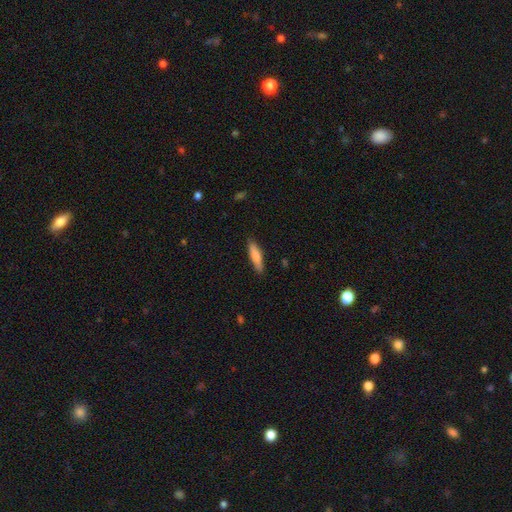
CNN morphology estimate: A smooth galaxy with no disk features (72%) that is cigar-shaped (77%).

Vote fractions:
- Smooth or featured? smooth: 72% / featured or disk: 22% / star or artifact: 6%
- How rounded? cigar-shaped: 77% / in between: 21% / round: 2%
- Merging? none: 88% / minor disturbance: 10% / major disturbance: 2% / merger: 1%